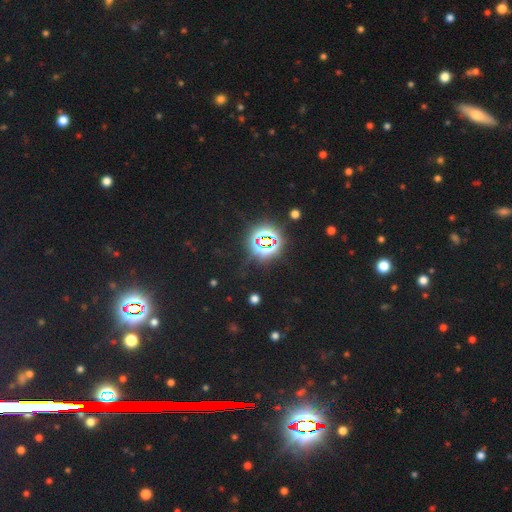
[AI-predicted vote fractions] The model was most divided on "smooth or featured": star or artifact: 77%, smooth: 17%, featured or disk: 7%.